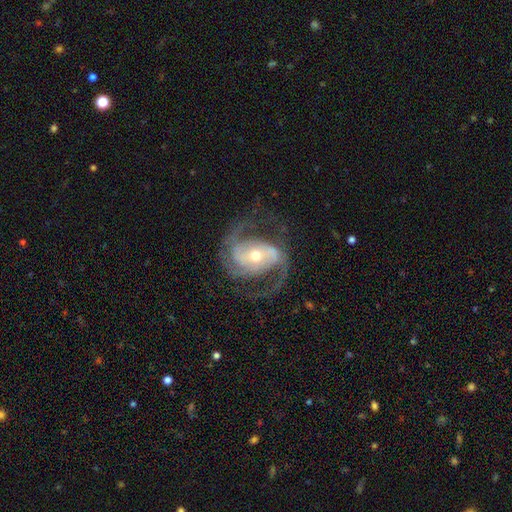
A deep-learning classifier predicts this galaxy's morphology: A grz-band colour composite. It shows a featured or disk galaxy (90%) with a weak bar (36%), 2 (86%) medium (57%) spiral arms (97%) and a moderate central bulge (56%). Merging: none (72%).